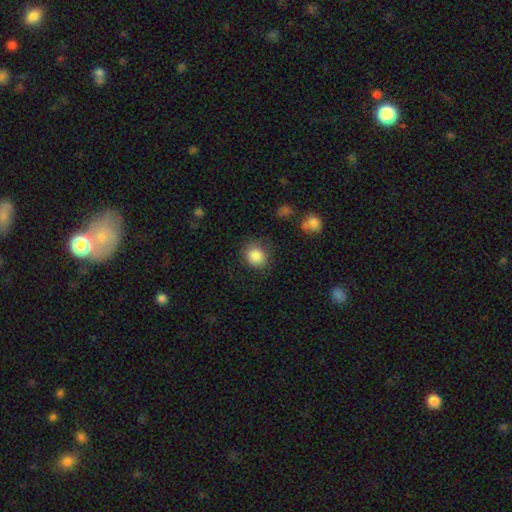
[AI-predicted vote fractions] A smooth galaxy with no disk features (86%) that is round (74%).

Vote fractions:
- Smooth or featured? smooth: 86% / star or artifact: 9% / featured or disk: 4%
- How rounded? round: 74% / in between: 25% / cigar-shaped: 1%
- Merging? none: 80% / minor disturbance: 14% / major disturbance: 5% / merger: 2%